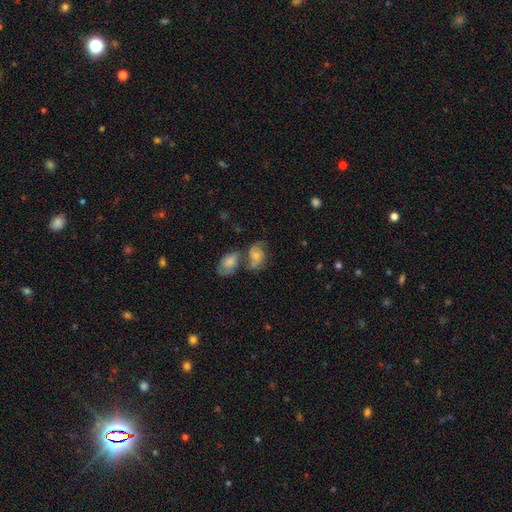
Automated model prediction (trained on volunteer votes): smooth-or-featured: featured or disk: 47% | smooth: 38% | star or artifact: 14%
  merging: merger: 44% | none: 35% | minor disturbance: 13% | major disturbance: 7%